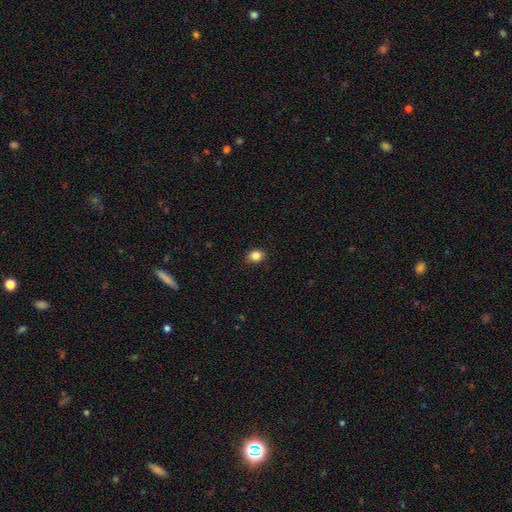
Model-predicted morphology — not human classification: This appears to be a smooth galaxy with no disk features (85%) that is in between round and cigar-shaped (50%). Merging: none (87%).